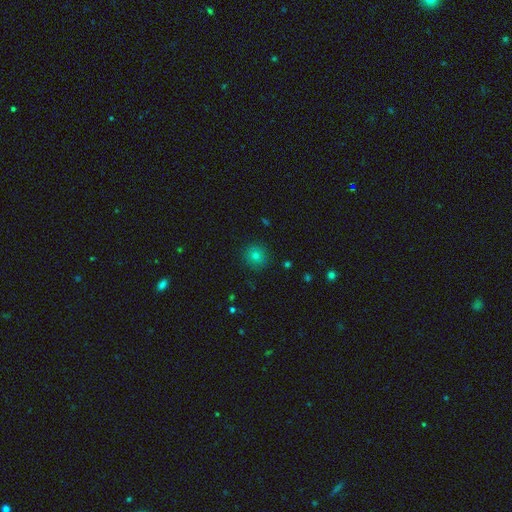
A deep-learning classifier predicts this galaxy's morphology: Smooth or featured? Predicted: smooth (p=0.75). How rounded? Predicted: round (p=0.92). Merging? Predicted: none (p=0.90).